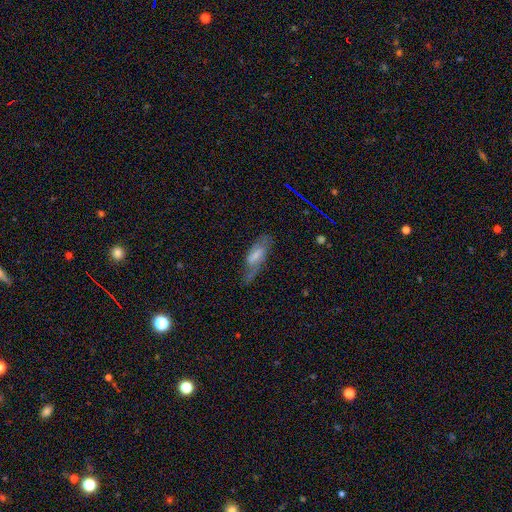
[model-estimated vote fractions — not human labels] smooth_or_featured: featured or disk (p=0.51) [alt: smooth p=0.41]
disk_edge_on: no (p=0.80) [alt: yes p=0.20]
merging: none (p=0.55) [alt: minor disturbance p=0.27]